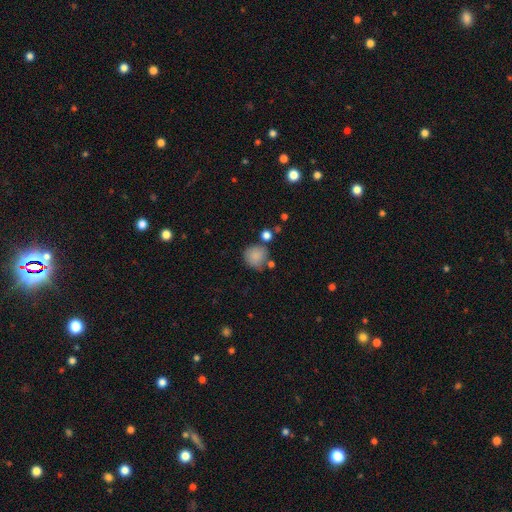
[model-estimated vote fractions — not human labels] Smooth or featured: smooth — 85% (star or artifact — 9%)
How rounded: round — 89% (in between — 10%)
Merging: none — 68% (minor disturbance — 17%)